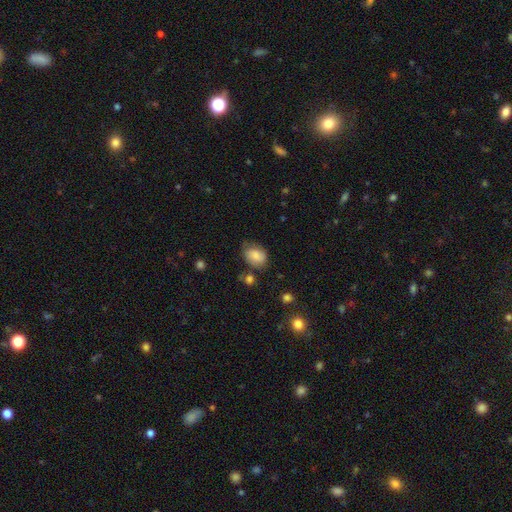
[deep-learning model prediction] Smooth or featured?
  - smooth: 81% *
  - featured or disk: 11%
  - star or artifact: 8%
How rounded?
  - in between: 70% *
  - round: 29%
  - cigar-shaped: 1%
Merging?
  - none: 62% *
  - minor disturbance: 26%
  - major disturbance: 7%
  - merger: 4%